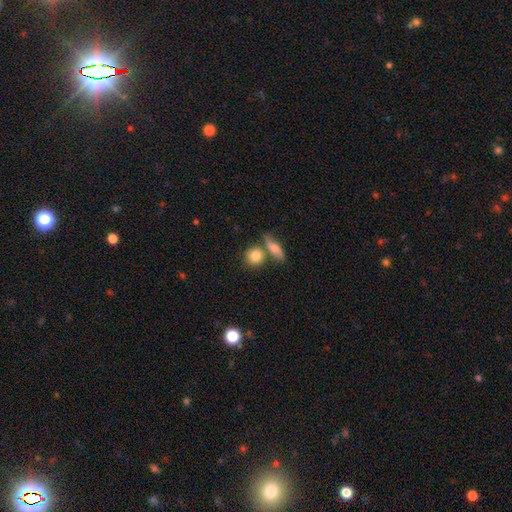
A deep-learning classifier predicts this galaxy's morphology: Smooth or featured? Predicted: smooth (p=0.82). How rounded? Predicted: round (p=0.75). Merging? Predicted: none (p=0.57).